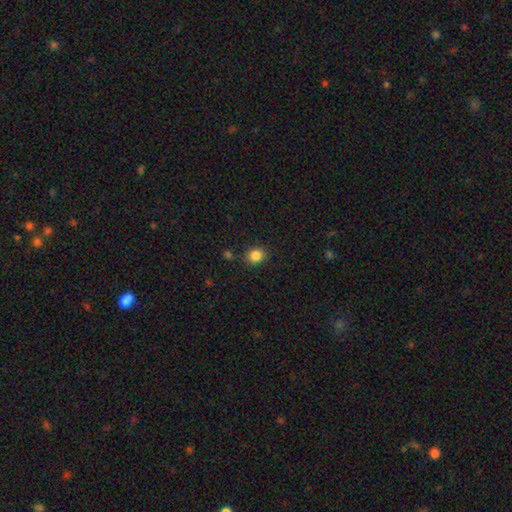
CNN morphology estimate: smooth-or-featured: smooth: 85% | star or artifact: 10% | featured or disk: 4%
  how-rounded: round: 69% | in between: 30% | cigar-shaped: 1%
  merging: none: 83% | minor disturbance: 11% | merger: 3% | major disturbance: 3%